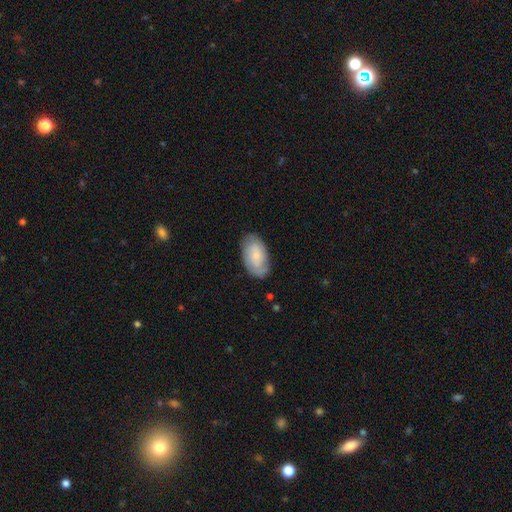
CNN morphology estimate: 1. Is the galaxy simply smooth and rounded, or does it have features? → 57% smooth, 36% featured or disk, 6% star or artifact.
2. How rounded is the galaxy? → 94% in between, 4% round, 2% cigar-shaped.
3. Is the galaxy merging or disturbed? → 78% none, 17% minor disturbance, 4% major disturbance, 1% merger.